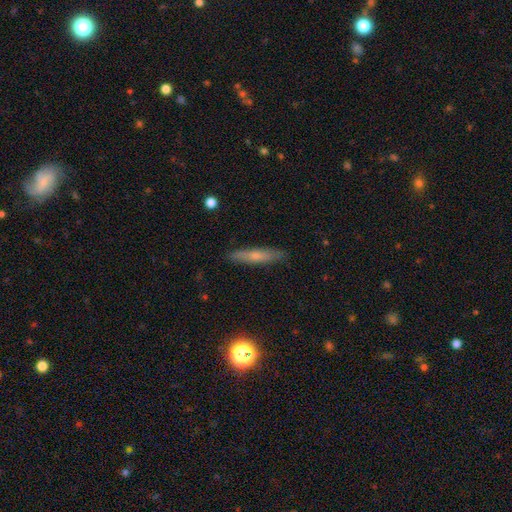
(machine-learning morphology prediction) The model was most divided on "smooth or featured": smooth: 55%, featured or disk: 37%, star or artifact: 8%. More confident: how rounded — cigar-shaped (89%); merging — none (87%).